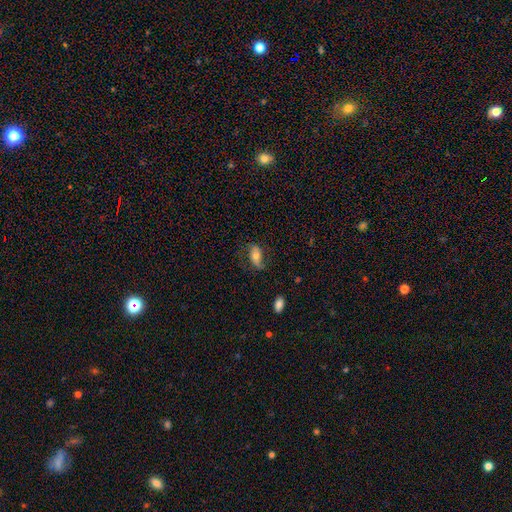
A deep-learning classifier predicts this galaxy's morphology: smooth_or_featured: smooth (p=0.54) [alt: featured or disk p=0.38]
how_rounded: in between (p=0.85) [alt: cigar-shaped p=0.11]
merging: none (p=0.66) [alt: minor disturbance p=0.22]